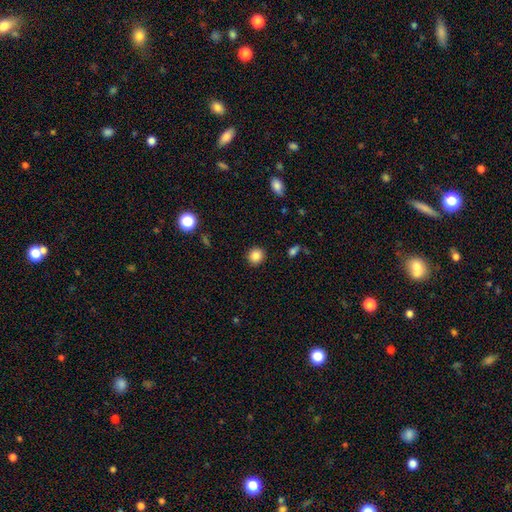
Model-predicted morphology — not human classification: type=smooth (86%); roundness=round (88%); merging=none (91%).